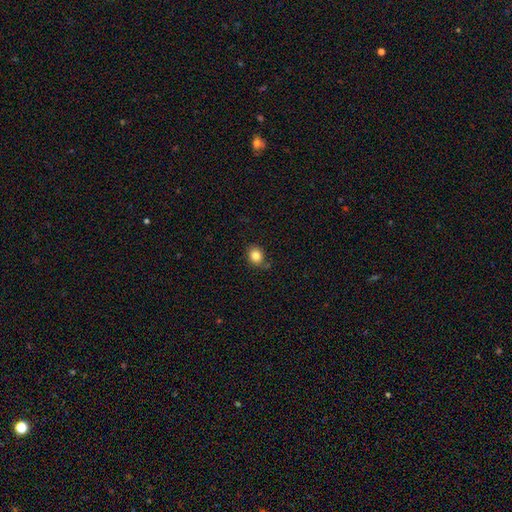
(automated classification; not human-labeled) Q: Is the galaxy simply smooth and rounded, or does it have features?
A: smooth — 84%.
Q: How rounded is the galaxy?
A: round — 64%.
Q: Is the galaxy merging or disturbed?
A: none — 77%.